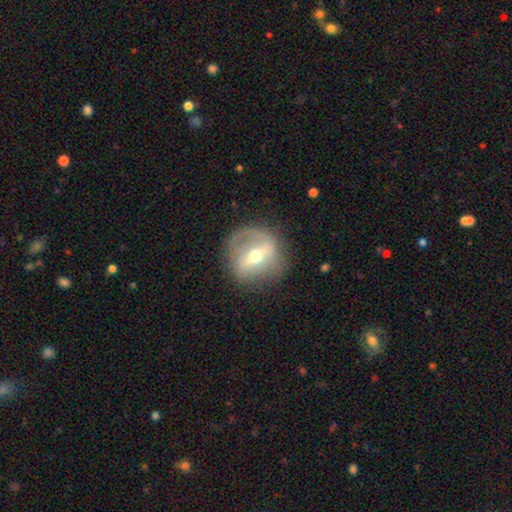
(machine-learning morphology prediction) A featured or disk galaxy (69%) with a strong bar (46%), spiral arms (63%) and a moderate central bulge (64%). Merging: none (71%).